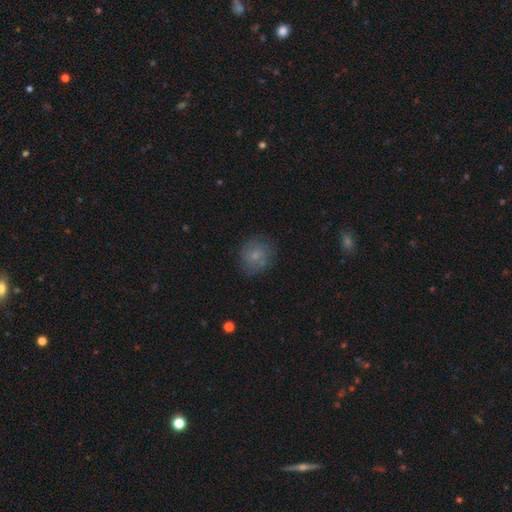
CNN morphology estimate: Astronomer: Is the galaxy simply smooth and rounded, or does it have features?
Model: smooth — 69%.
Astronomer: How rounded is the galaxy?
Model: round — 78%.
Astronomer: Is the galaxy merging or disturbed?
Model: none — 74%.